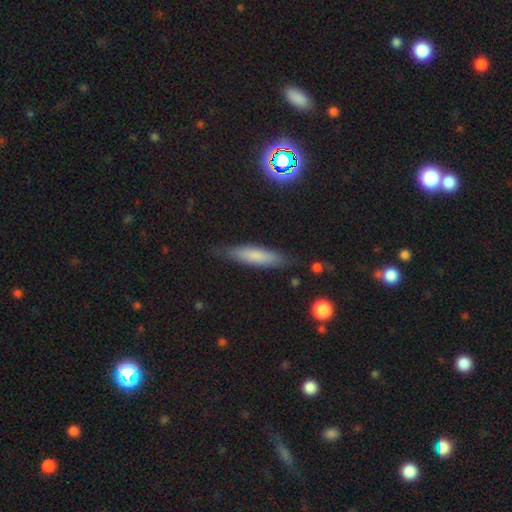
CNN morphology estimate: Smooth or featured: smooth — 69% (featured or disk — 23%)
How rounded: cigar-shaped — 77% (in between — 21%)
Merging: none — 80% (minor disturbance — 15%)